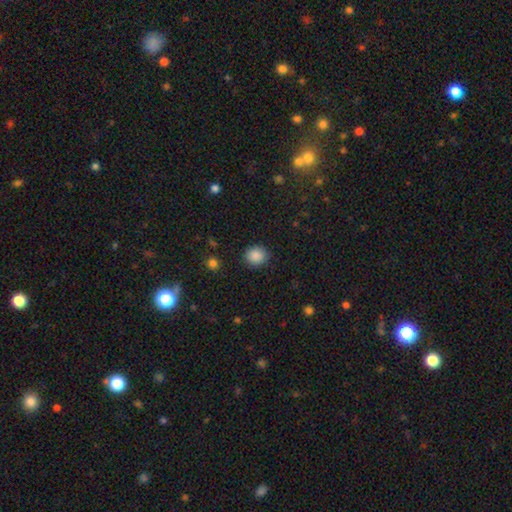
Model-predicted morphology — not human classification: Smooth or featured? Predicted: smooth (p=0.88). How rounded? Predicted: round (p=0.78). Merging? Predicted: none (p=0.87).